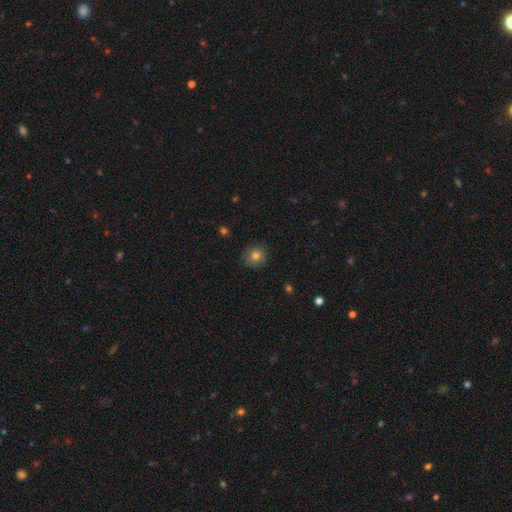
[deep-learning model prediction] The model was most divided on "smooth or featured": smooth: 80%, star or artifact: 12%, featured or disk: 8%. More confident: how rounded — round (92%); merging — none (87%).